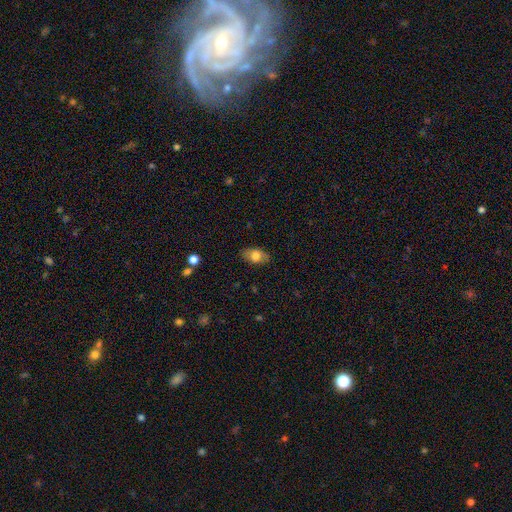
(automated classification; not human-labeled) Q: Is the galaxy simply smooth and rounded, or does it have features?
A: smooth — 76%.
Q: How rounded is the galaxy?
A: in between — 90%.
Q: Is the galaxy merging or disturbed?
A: none — 83%.